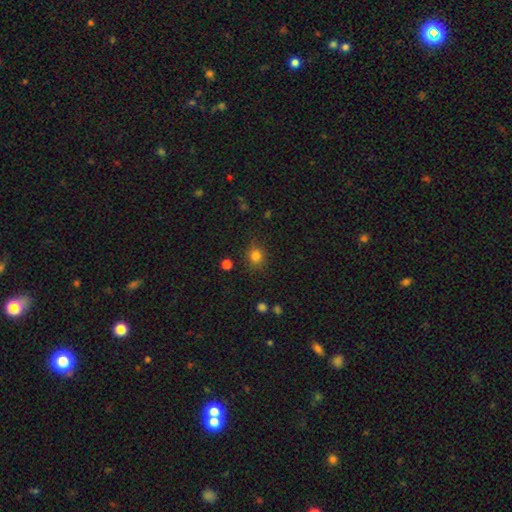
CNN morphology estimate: A smooth galaxy with no disk features (81%) that is round (81%). Merging: none (83%).